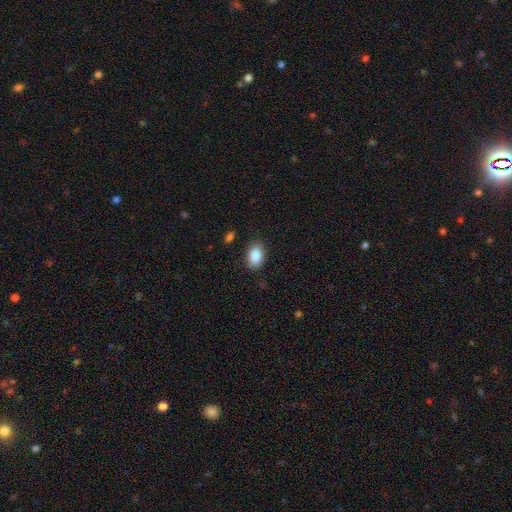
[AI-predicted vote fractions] Smooth or featured? Predicted: smooth (p=0.87). How rounded? Predicted: in between (p=0.84). Merging? Predicted: none (p=0.86).